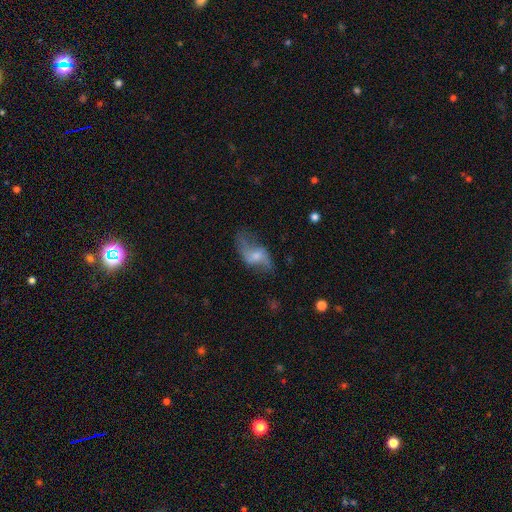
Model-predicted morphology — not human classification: Smooth or featured: featured or disk — 64% (smooth — 27%)
Edge-on disk: no — 93% (yes — 7%)
Bar: no — 46% (weak — 40%)
Spiral arms: yes — 82% (no — 18%)
Bulge size: small — 42% (moderate — 37%)
Merging: none — 52% (minor disturbance — 23%)